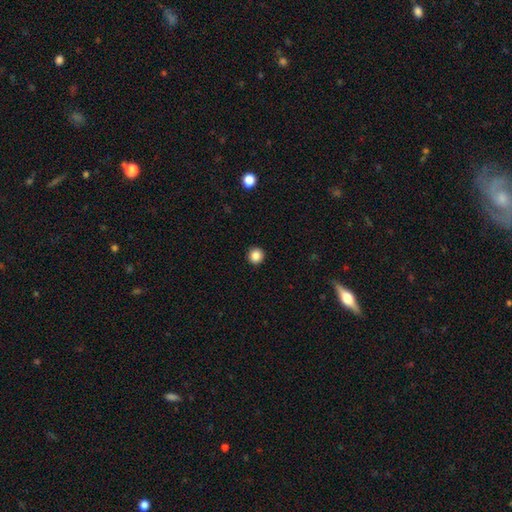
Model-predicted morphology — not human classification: The model was most divided on "smooth or featured": smooth: 86%, star or artifact: 11%, featured or disk: 3%. More confident: how rounded — round (94%); merging — none (93%).